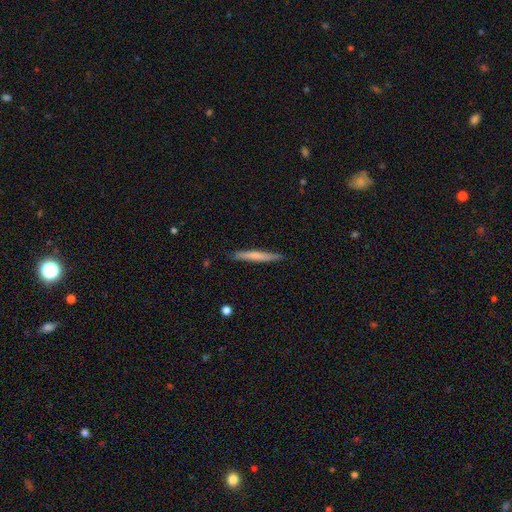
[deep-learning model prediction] Overall: smooth (59%; featured or disk 36%). How rounded: cigar-shaped (96%). Merging: none (89%).